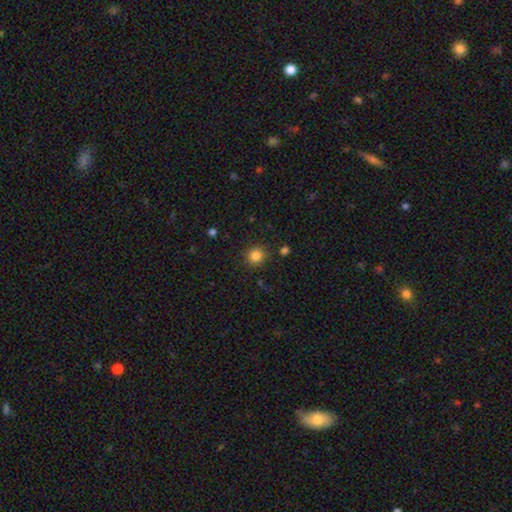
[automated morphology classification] This is clearly a smooth galaxy (84%). How rounded: clearly round (88%). Merging: clearly none (87%).